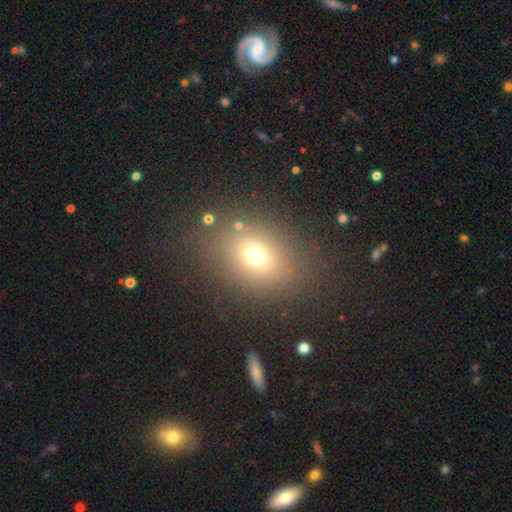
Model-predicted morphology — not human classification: A smooth galaxy with no disk features (68%) that is in between round and cigar-shaped (50%). Merging: none (80%).